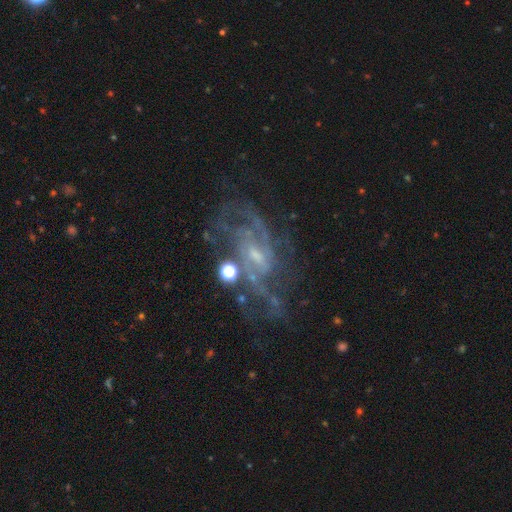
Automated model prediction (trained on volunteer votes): featured or disk 84%, star or artifact 9%, smooth 7%. Down the decision tree: edge-on disk — no (96%); bar — weak (51%); spiral arms — yes (91%); spiral arm count — 2 (33%); spiral winding — medium (49%); bulge size — small (56%); merging — none (58%).